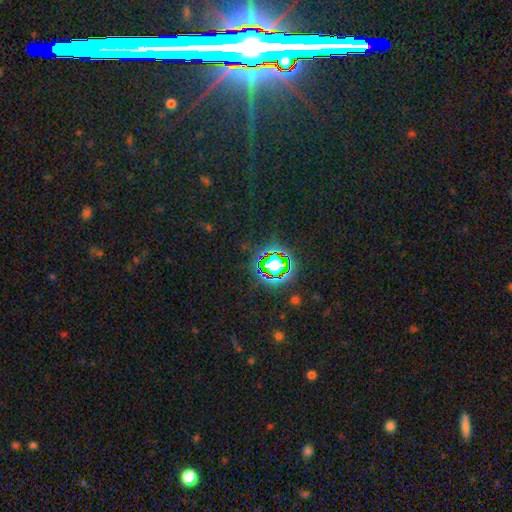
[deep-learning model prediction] smooth-or-featured: star or artifact: 81% | smooth: 10% | featured or disk: 9%